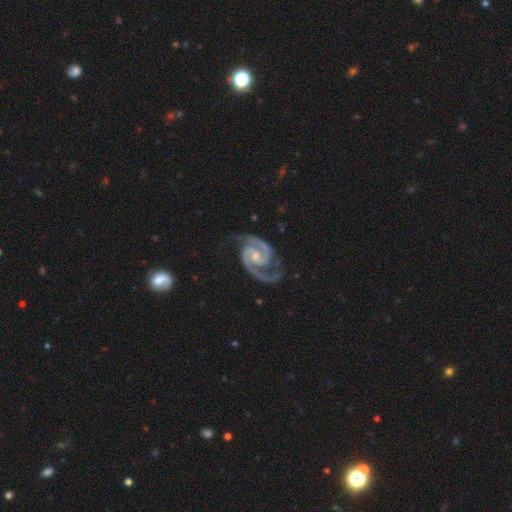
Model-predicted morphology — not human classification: featured or disk 95%, star or artifact 3%, smooth 2%. Down the decision tree: edge-on disk — no (98%); bar — no (48%); spiral arms — yes (99%); spiral arm count — 2 (94%); spiral winding — medium (58%); bulge size — moderate (48%); merging — none (76%).